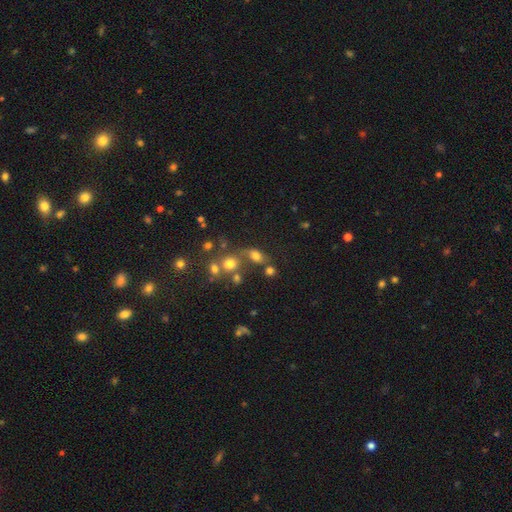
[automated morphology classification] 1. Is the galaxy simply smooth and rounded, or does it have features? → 68% smooth, 18% star or artifact, 14% featured or disk.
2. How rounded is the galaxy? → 68% in between, 28% round, 5% cigar-shaped.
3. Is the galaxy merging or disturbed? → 44% none, 25% merger, 18% minor disturbance, 14% major disturbance.